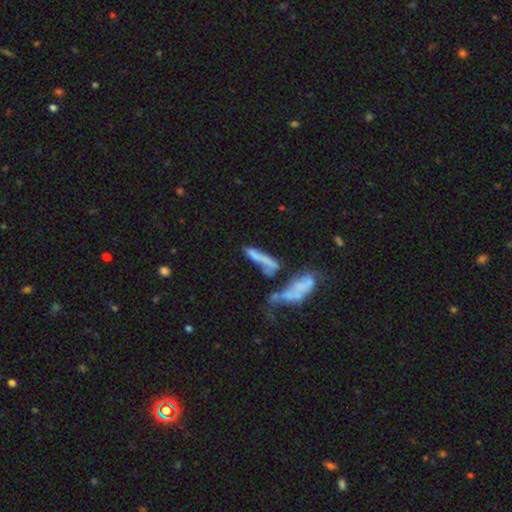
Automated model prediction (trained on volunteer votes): Smooth or featured: smooth — 49% (featured or disk — 36%)
Merging: merger — 46% (none — 24%)